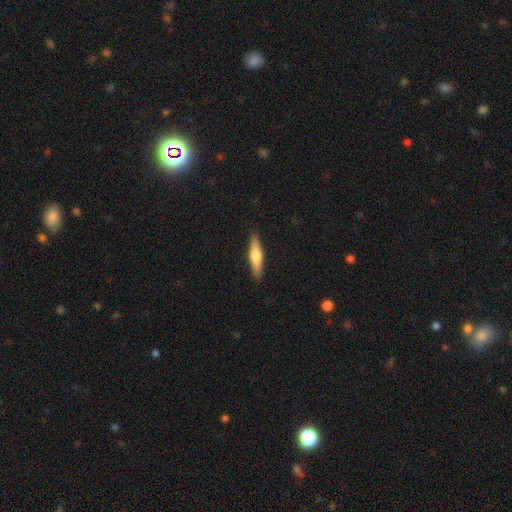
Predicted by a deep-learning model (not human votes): Overall: smooth (58%; featured or disk 36%). How rounded: cigar-shaped (80%). Merging: none (89%).